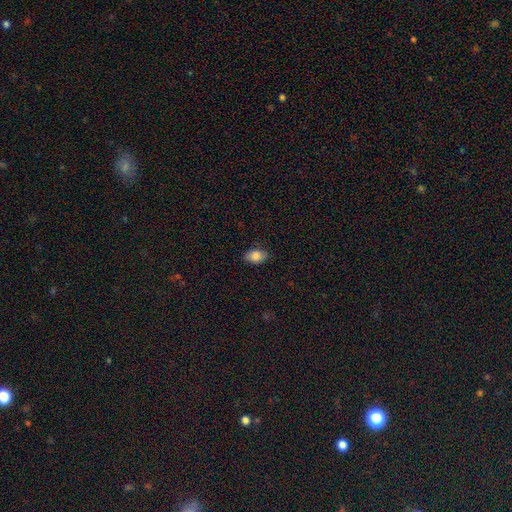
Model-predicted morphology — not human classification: smooth-or-featured: smooth: 86% | star or artifact: 8% | featured or disk: 7%
  how-rounded: in between: 89% | round: 9% | cigar-shaped: 2%
  merging: none: 85% | minor disturbance: 11% | major disturbance: 2% | merger: 1%